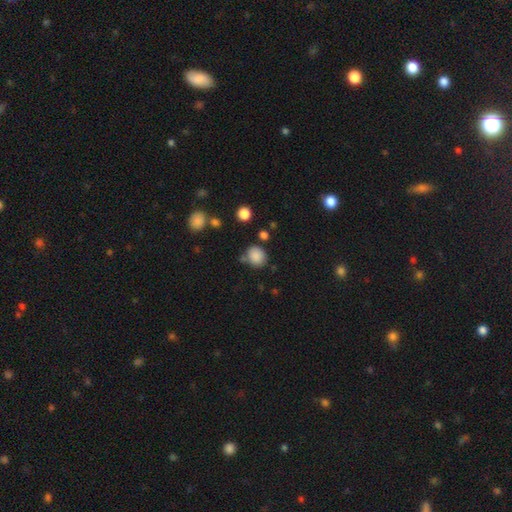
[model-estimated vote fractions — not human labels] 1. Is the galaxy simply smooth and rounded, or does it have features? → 85% smooth, 10% star or artifact, 4% featured or disk.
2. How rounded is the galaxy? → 77% round, 22% in between, 1% cigar-shaped.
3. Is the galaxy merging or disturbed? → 71% none, 16% minor disturbance, 9% merger, 5% major disturbance.